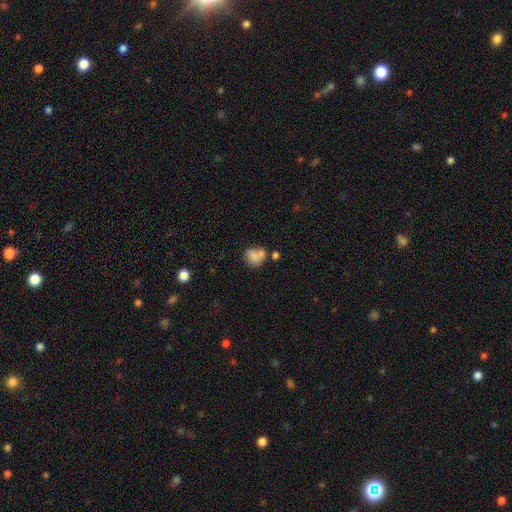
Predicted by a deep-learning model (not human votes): Overall: smooth (73%). How rounded: round (55%; in between 44%). Merging: merger (36%, tied with none).